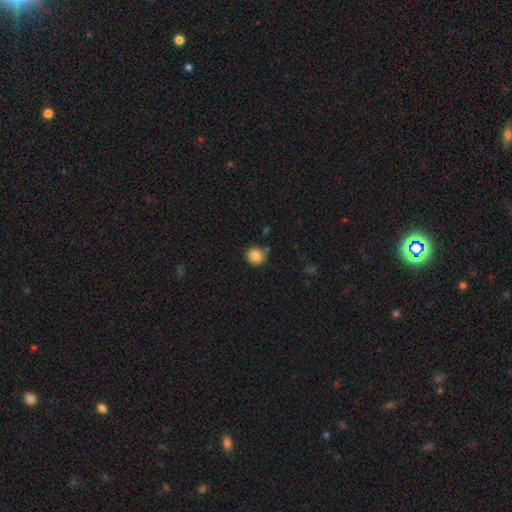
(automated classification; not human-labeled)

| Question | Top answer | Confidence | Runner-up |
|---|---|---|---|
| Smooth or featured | smooth | 85% | star or artifact (10%) |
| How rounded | round | 91% | in between (8%) |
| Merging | none | 76% | minor disturbance (14%) |